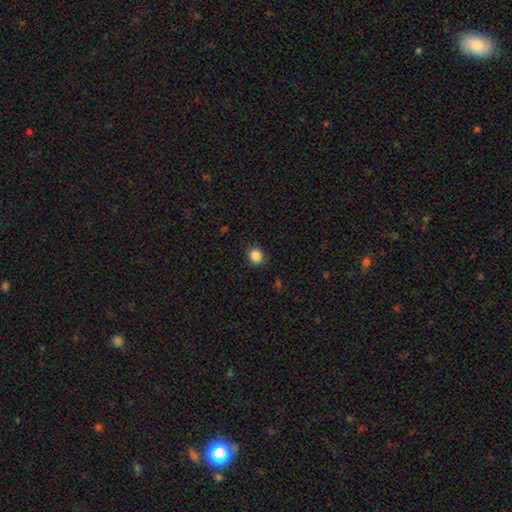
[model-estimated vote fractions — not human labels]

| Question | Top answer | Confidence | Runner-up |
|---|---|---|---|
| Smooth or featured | smooth | 86% | star or artifact (10%) |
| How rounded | round | 72% | in between (27%) |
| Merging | none | 89% | minor disturbance (7%) |